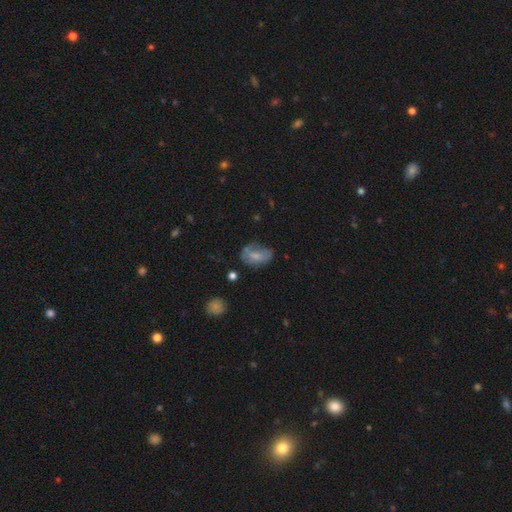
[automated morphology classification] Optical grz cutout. It shows a smooth galaxy with no disk features (61%) that is in between round and cigar-shaped (84%). Merging: none (43%).